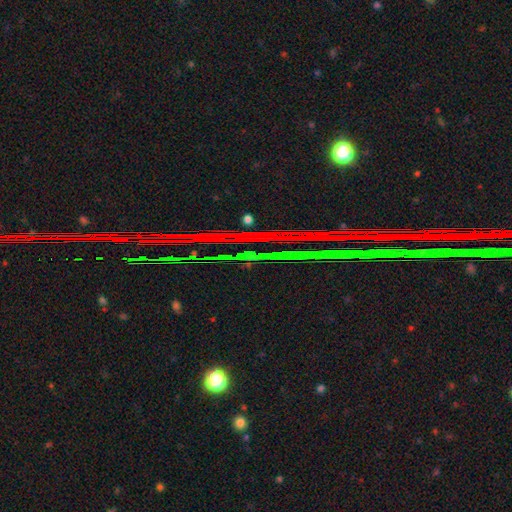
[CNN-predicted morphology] Q: Smooth or featured?
A: star or artifact (84%); runner-up: featured or disk (8%)